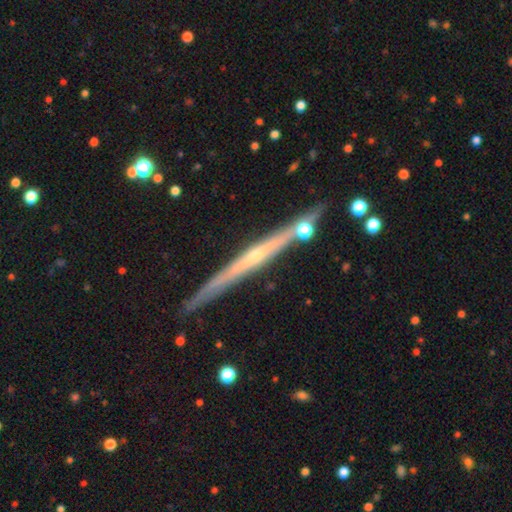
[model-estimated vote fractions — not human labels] The model was most divided on "edge-on bulge": rounded: 54%, none: 42%, boxy: 5%. More confident: edge-on disk — yes (97%); merging — none (83%); smooth or featured — featured or disk (75%).